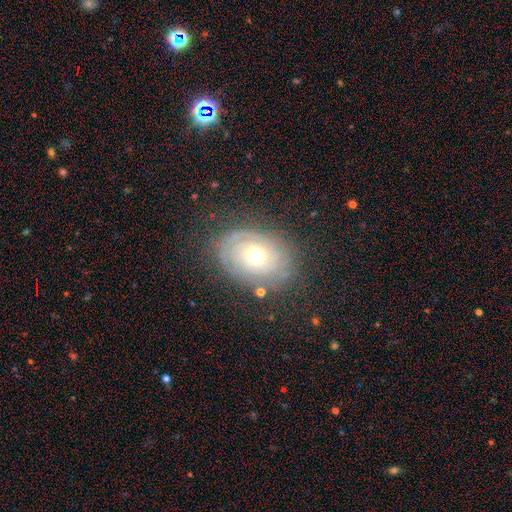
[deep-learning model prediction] featured or disk 65%, smooth 25%, star or artifact 10%. Down the decision tree: edge-on disk — no (94%); bar — no (85%); spiral arms — yes (72%); bulge size — moderate (71%); merging — none (77%).